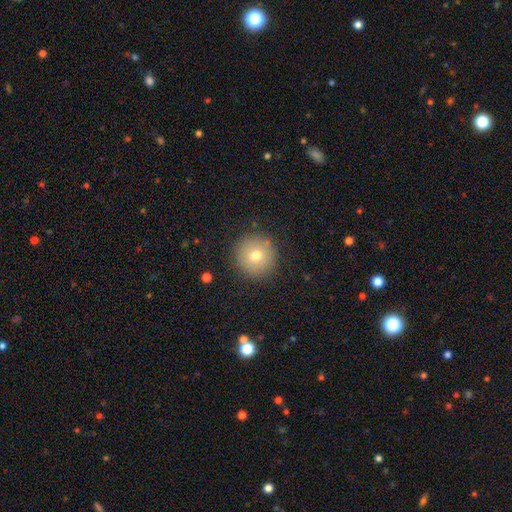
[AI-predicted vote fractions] A smooth galaxy with no disk features (72%) that is round (96%). Merging: none (88%).